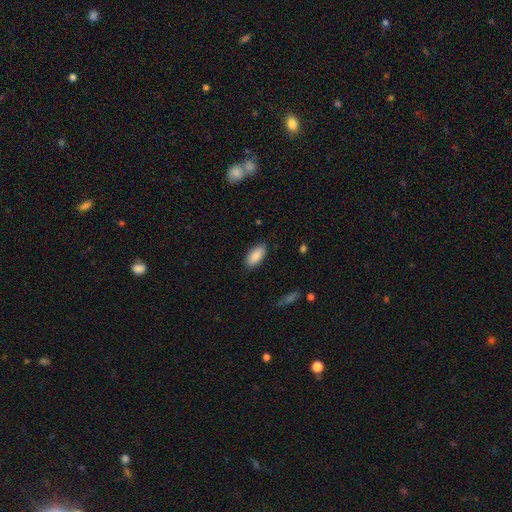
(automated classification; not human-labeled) smooth-or-featured: smooth: 89% | star or artifact: 6% | featured or disk: 4%
  how-rounded: in between: 90% | cigar-shaped: 8% | round: 2%
  merging: none: 86% | minor disturbance: 10% | major disturbance: 2% | merger: 1%